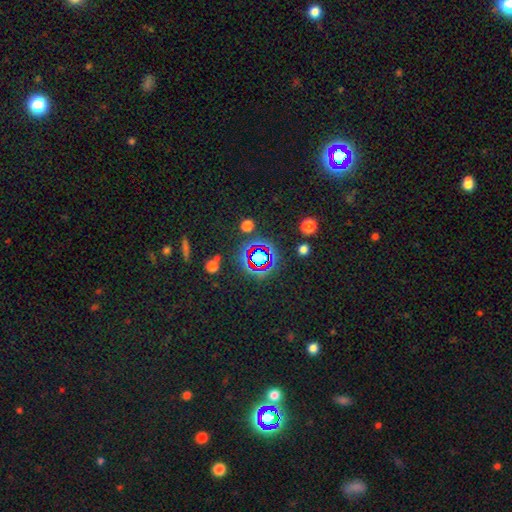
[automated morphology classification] type=star or artifact (63%).